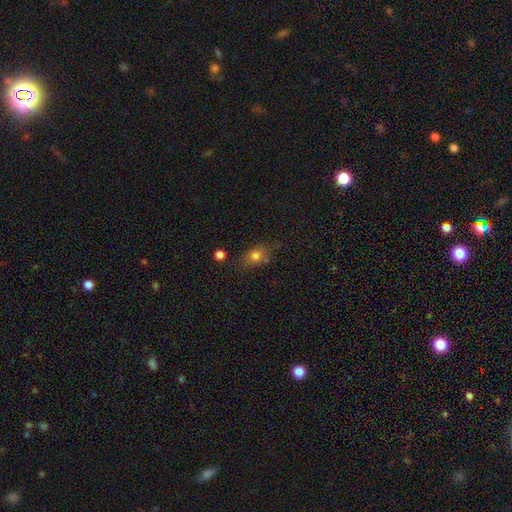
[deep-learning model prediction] A smooth galaxy with no disk features (77%) that is in between round and cigar-shaped (66%). Merging: none (69%).